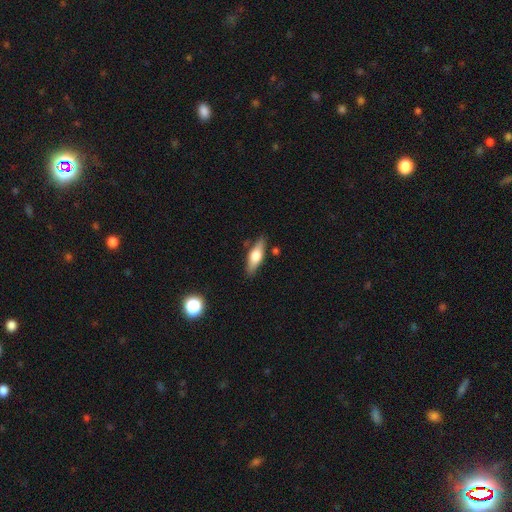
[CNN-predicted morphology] A smooth galaxy with no disk features (54%) that is in between round and cigar-shaped (54%). Merging: none (83%).